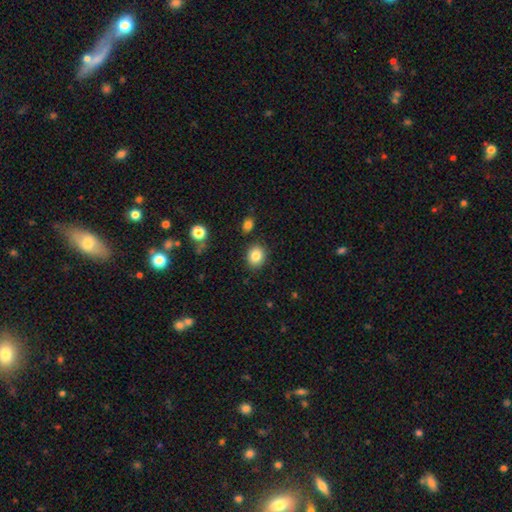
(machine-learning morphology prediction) smooth_or_featured: smooth (p=0.84) [alt: star or artifact p=0.09]
how_rounded: round (p=0.61) [alt: in between p=0.38]
merging: none (p=0.86) [alt: minor disturbance p=0.09]